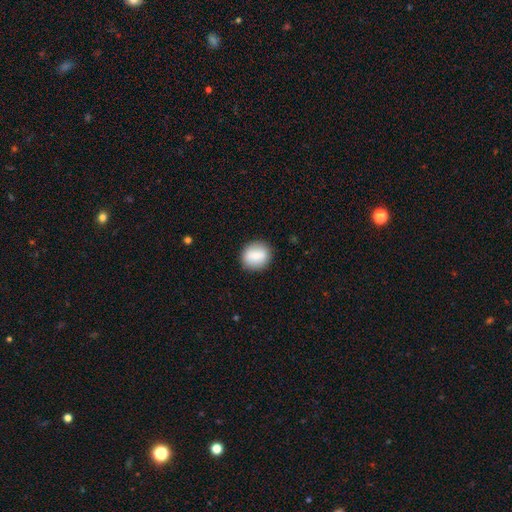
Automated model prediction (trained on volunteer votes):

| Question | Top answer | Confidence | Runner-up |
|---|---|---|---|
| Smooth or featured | smooth | 82% | featured or disk (10%) |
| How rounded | round | 74% | in between (25%) |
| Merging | none | 87% | minor disturbance (9%) |